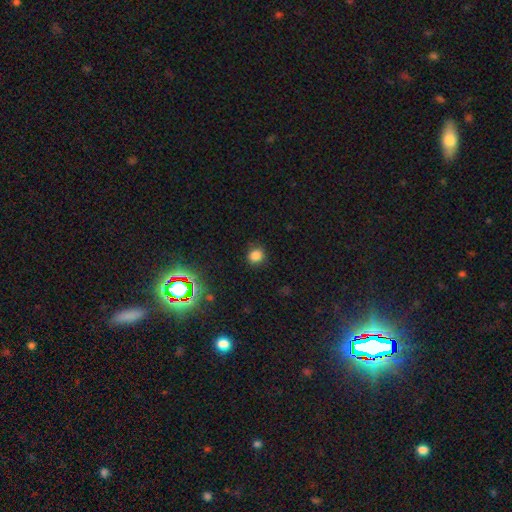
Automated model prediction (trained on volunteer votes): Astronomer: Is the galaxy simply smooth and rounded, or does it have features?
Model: smooth — 79%.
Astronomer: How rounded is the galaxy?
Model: round — 81%.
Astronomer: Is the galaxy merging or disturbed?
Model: none — 83%.